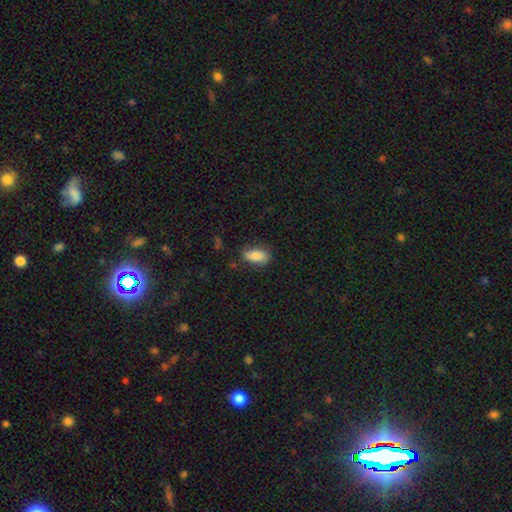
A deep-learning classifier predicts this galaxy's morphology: Smooth or featured? Predicted: smooth (p=0.81). How rounded? Predicted: in between (p=0.87). Merging? Predicted: none (p=0.74).